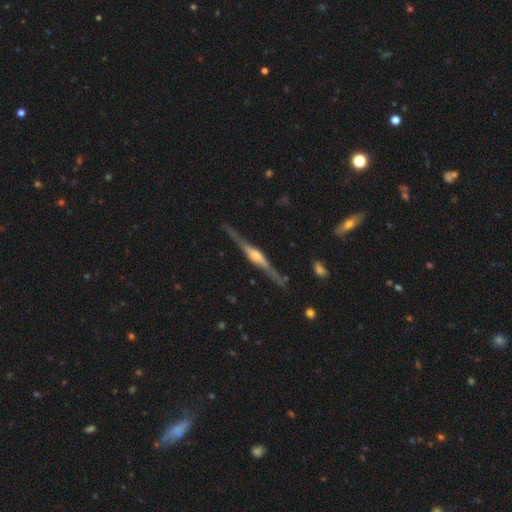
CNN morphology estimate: Smooth or featured? Predicted: featured or disk (p=0.85). Edge-on disk? Predicted: yes (p=0.98). Edge-on bulge? Predicted: rounded (p=0.83). Merging? Predicted: none (p=0.86).